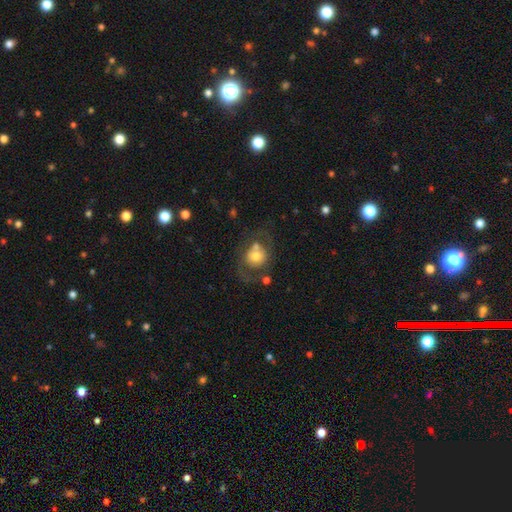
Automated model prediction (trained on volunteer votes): This appears to be a smooth galaxy with no disk features (50%) that is round (73%). Merging: none (46%).